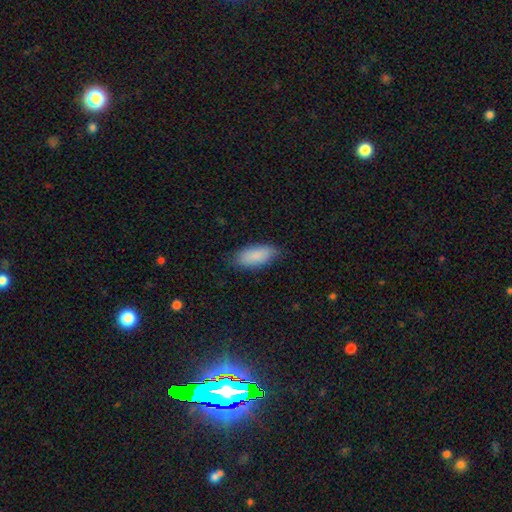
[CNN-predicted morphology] Smooth or featured? Predicted: smooth (p=0.88). How rounded? Predicted: in between (p=0.87). Merging? Predicted: none (p=0.80).